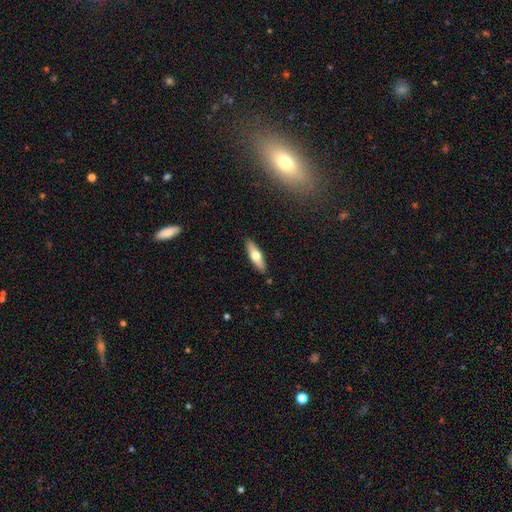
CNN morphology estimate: This is possibly a smooth galaxy (59%). How rounded: possibly cigar-shaped (55%). Merging: clearly none (89%).